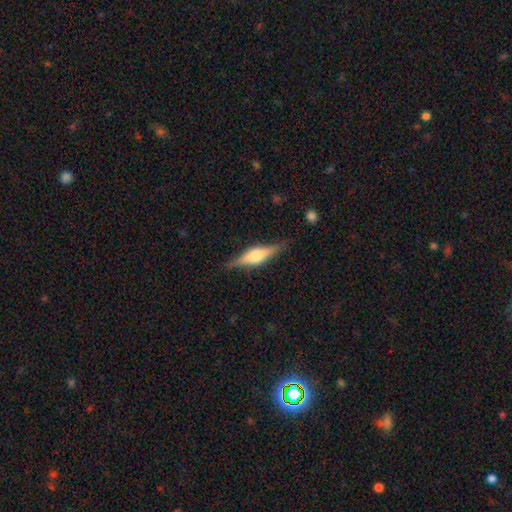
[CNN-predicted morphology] The model was most divided on "smooth or featured": featured or disk: 63%, smooth: 30%, star or artifact: 6%. More confident: edge-on disk — yes (96%); merging — none (85%); edge-on bulge — rounded (80%).